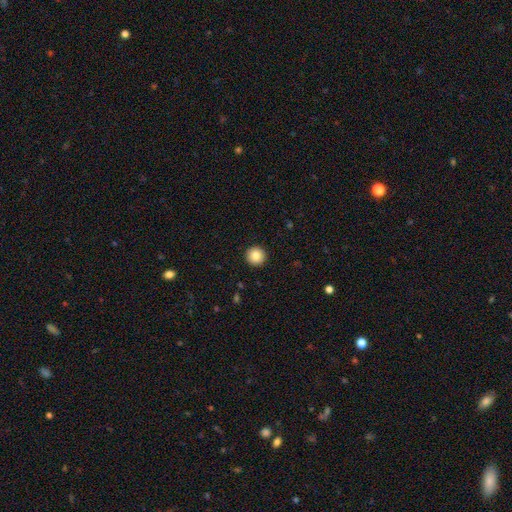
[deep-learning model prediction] A smooth galaxy with no disk features (85%) that is round (96%). Merging: none (94%).